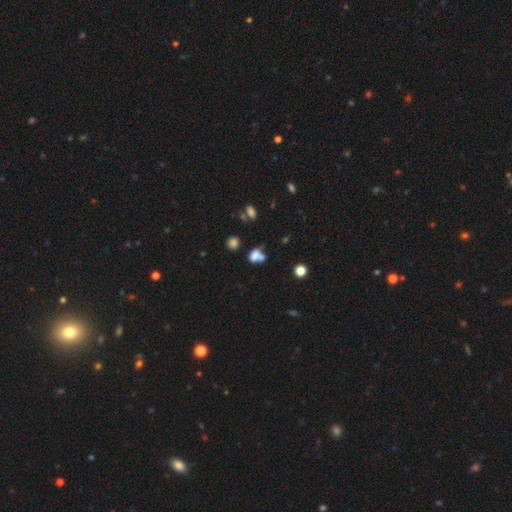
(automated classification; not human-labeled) Q: Smooth or featured?
A: smooth (73%); runner-up: star or artifact (15%)
Q: How rounded?
A: in between (61%); runner-up: round (37%)
Q: Merging?
A: merger (46%); runner-up: none (31%)